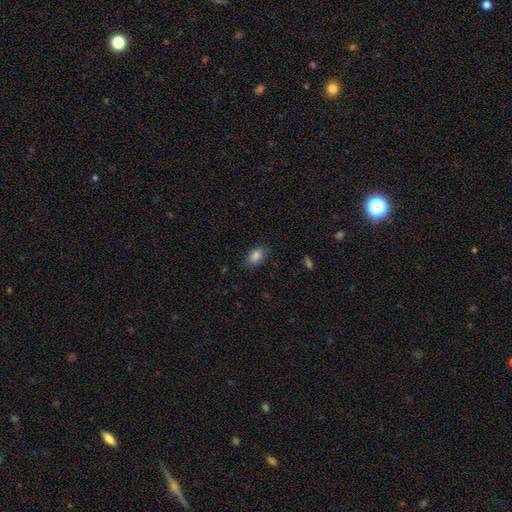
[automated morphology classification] Overall: smooth (86%). How rounded: in between (89%). Merging: none (82%).